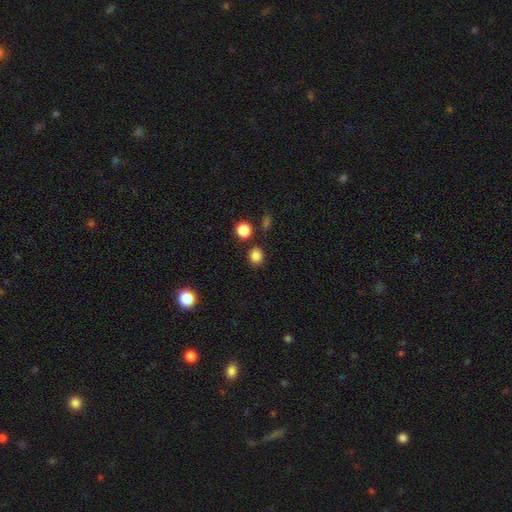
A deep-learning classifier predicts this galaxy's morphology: type=smooth (84%); roundness=round (81%); merging=none (82%).